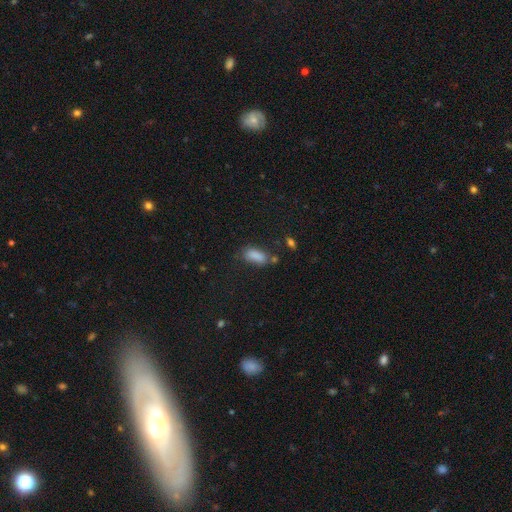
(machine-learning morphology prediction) Q: Smooth or featured?
A: smooth (85%); runner-up: star or artifact (10%)
Q: How rounded?
A: in between (82%); runner-up: cigar-shaped (14%)
Q: Merging?
A: none (60%); runner-up: minor disturbance (23%)